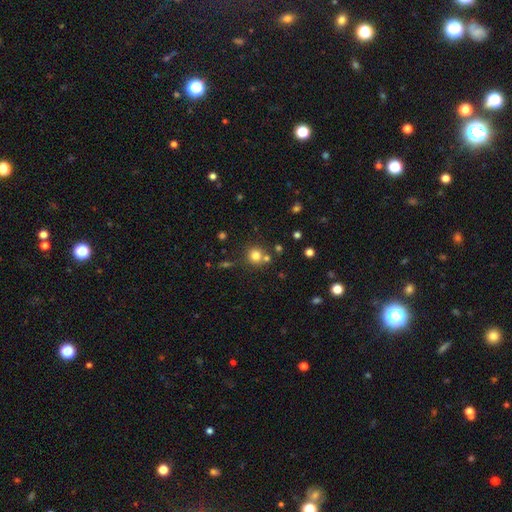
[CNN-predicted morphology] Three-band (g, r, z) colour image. It shows a smooth galaxy with no disk features (77%) that is round (91%). Merging: none (69%).